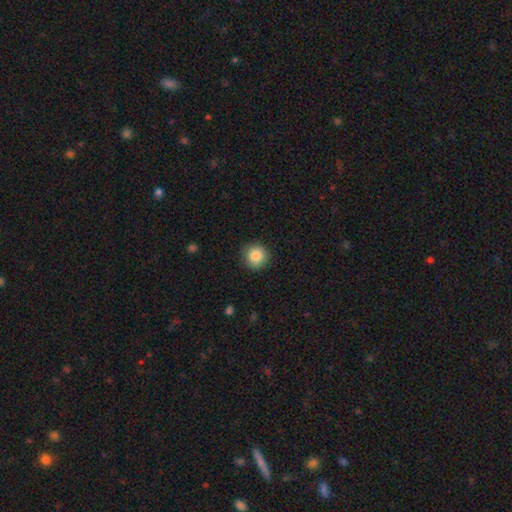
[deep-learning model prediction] A smooth galaxy with no disk features (85%) that is round (94%). Merging: none (89%).